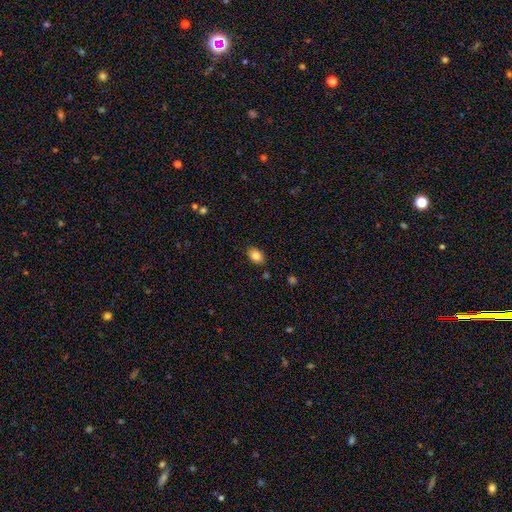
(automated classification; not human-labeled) A smooth galaxy with no disk features (84%) that is in between round and cigar-shaped (81%). Merging: none (85%).